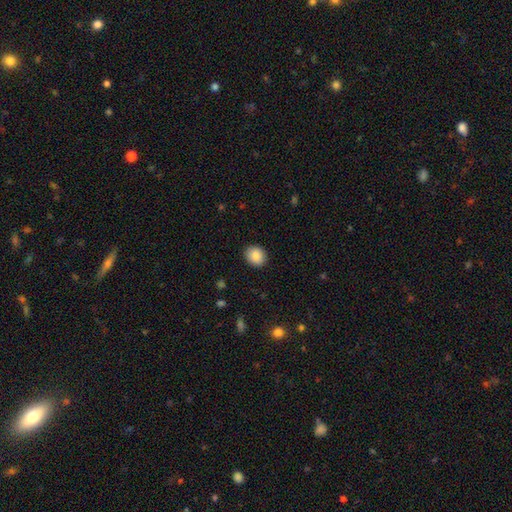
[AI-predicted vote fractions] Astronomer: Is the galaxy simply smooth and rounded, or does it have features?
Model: smooth — 88%.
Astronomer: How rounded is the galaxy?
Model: round — 61% (runner-up: in between, 38%).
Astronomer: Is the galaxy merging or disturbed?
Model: none — 89%.